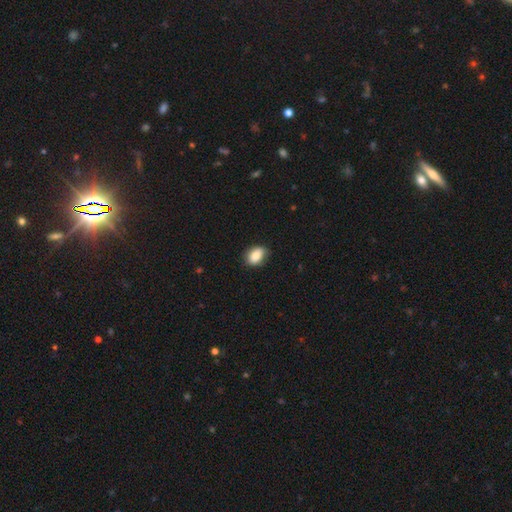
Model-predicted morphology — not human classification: This is clearly a smooth galaxy (83%). How rounded: likely in between (79%). Merging: likely none (79%).